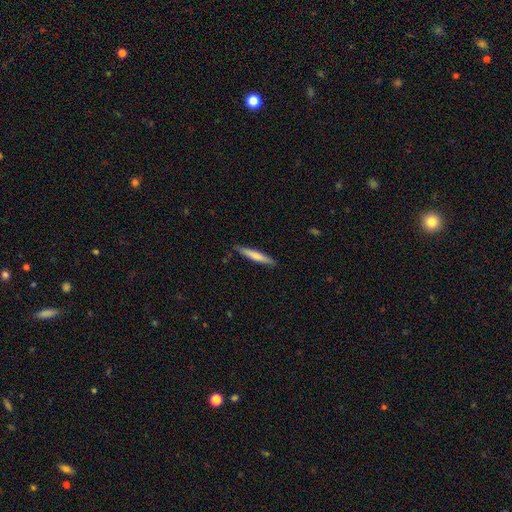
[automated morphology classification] This appears to be a smooth galaxy with no disk features (68%) that is cigar-shaped (93%). Merging: none (87%).